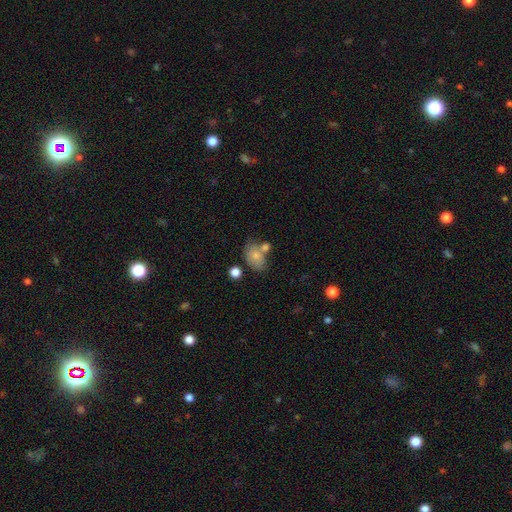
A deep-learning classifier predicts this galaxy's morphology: smooth 77%, featured or disk 14%, star or artifact 8%. Down the decision tree: how rounded — in between (80%); merging — none (48%).